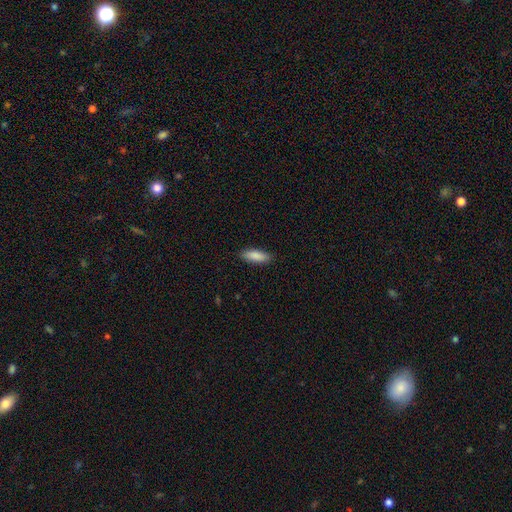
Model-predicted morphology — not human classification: smooth-or-featured: smooth: 88% | featured or disk: 6% | star or artifact: 6%
  how-rounded: in between: 59% | cigar-shaped: 40% | round: 2%
  merging: none: 88% | minor disturbance: 9% | major disturbance: 2% | merger: 1%